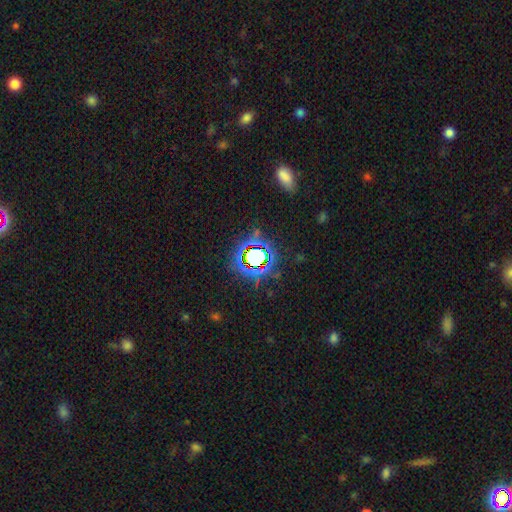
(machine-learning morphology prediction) Overall: star or artifact (72%).